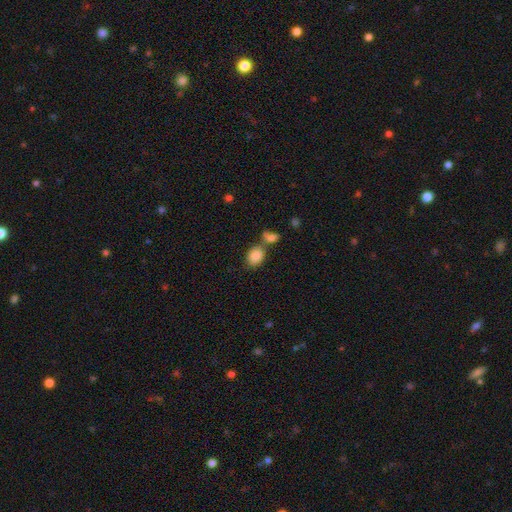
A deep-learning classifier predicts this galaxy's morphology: A smooth galaxy with no disk features (86%) that is in between round and cigar-shaped (72%). Merging: none (50%).